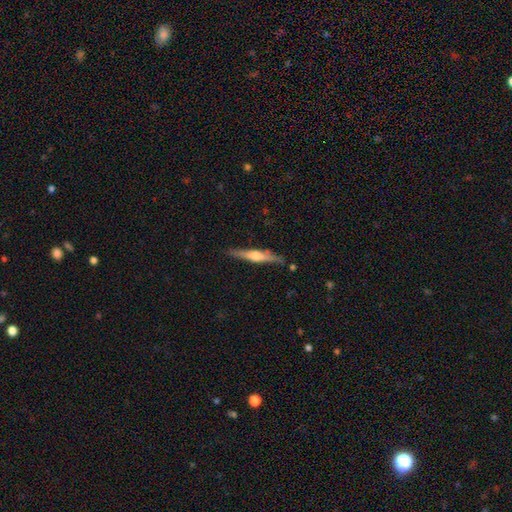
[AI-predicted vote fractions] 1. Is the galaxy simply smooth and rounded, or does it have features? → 66% featured or disk, 28% smooth, 6% star or artifact.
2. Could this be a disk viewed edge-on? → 97% yes, 3% no.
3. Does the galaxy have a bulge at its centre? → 86% rounded, 9% boxy, 6% none.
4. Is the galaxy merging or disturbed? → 85% none, 11% minor disturbance, 2% merger, 2% major disturbance.